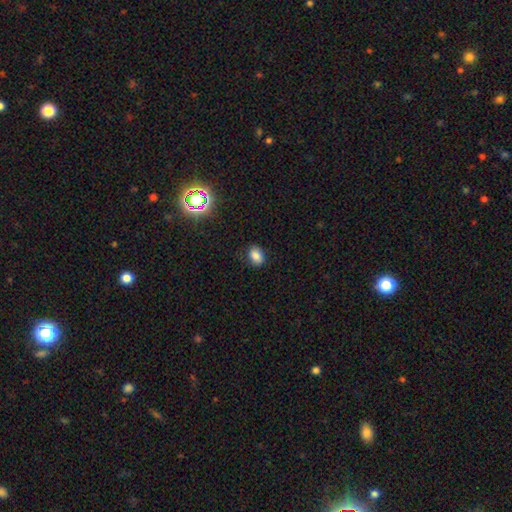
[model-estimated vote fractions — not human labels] Smooth or featured: smooth — 82% (star or artifact — 13%)
How rounded: in between — 75% (round — 24%)
Merging: none — 83% (minor disturbance — 12%)